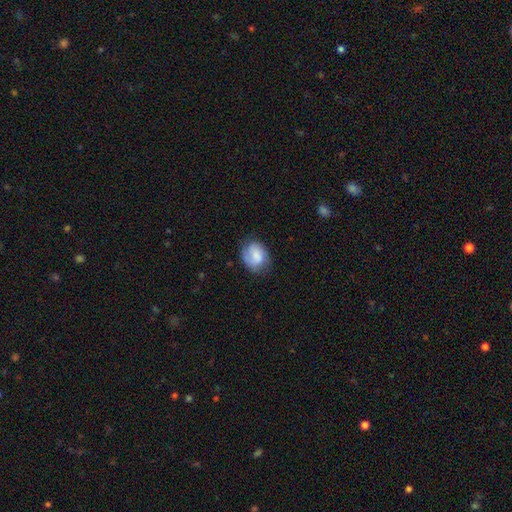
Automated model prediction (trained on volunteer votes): smooth-or-featured: smooth: 69% | featured or disk: 24% | star or artifact: 8%
  how-rounded: in between: 50% | round: 49% | cigar-shaped: 1%
  merging: none: 63% | minor disturbance: 26% | major disturbance: 10% | merger: 2%